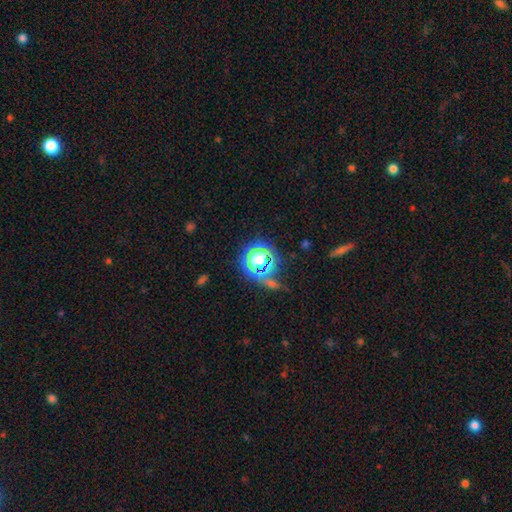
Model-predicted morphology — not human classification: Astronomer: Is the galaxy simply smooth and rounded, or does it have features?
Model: star or artifact — 63%.